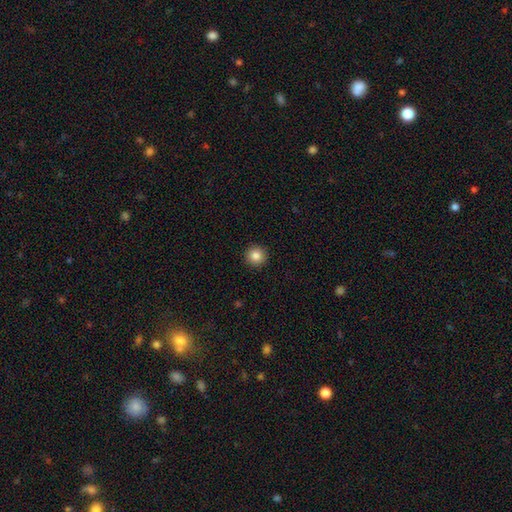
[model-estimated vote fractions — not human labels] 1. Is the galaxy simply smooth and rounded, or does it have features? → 84% smooth, 10% star or artifact, 6% featured or disk.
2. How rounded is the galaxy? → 96% round, 3% in between, 1% cigar-shaped.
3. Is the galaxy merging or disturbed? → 93% none, 4% minor disturbance, 1% major disturbance, 1% merger.